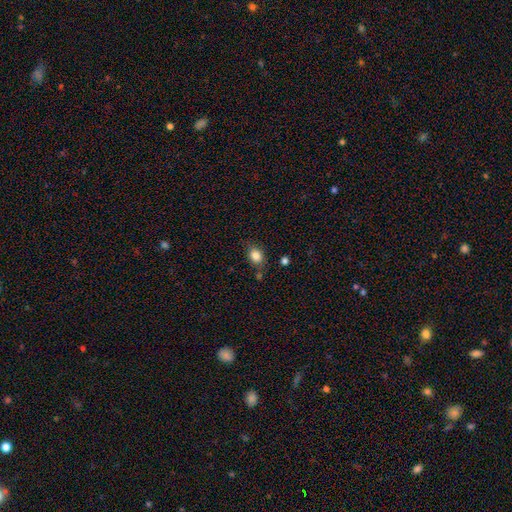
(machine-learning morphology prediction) Overall: smooth (84%). How rounded: in between (65%; round 34%). Merging: none (74%).